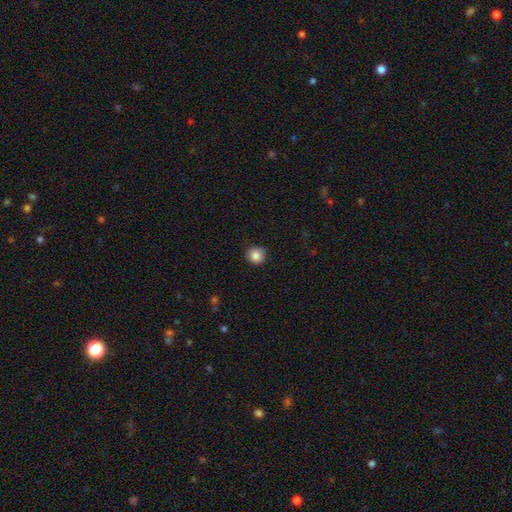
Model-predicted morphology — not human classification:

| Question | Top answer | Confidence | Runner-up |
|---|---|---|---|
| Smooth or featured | smooth | 86% | star or artifact (10%) |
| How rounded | round | 93% | in between (6%) |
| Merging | none | 86% | minor disturbance (11%) |